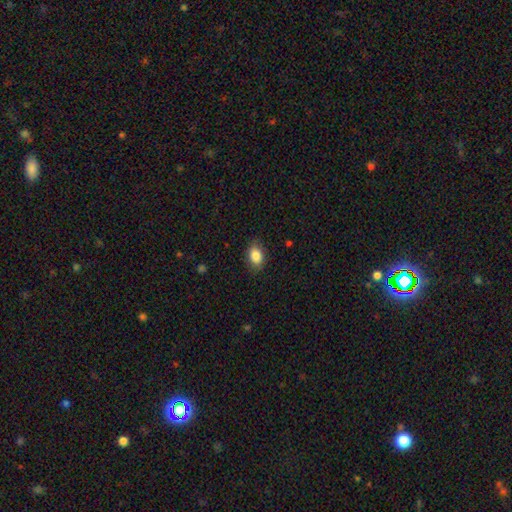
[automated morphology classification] This appears to be a smooth galaxy with no disk features (85%) that is in between round and cigar-shaped (81%). Merging: none (83%).